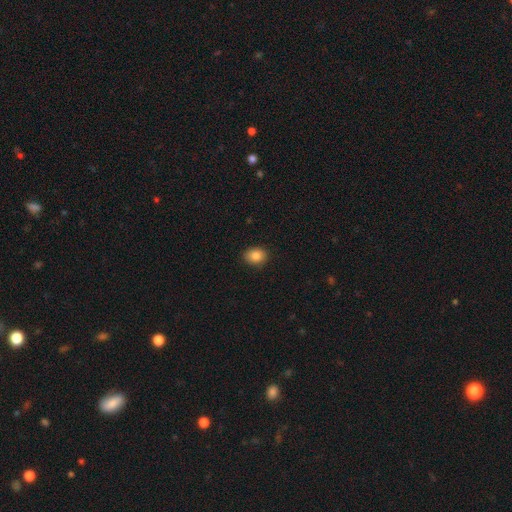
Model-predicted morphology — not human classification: This appears to be a smooth galaxy with no disk features (86%) that is in between round and cigar-shaped (58%). Merging: none (89%).